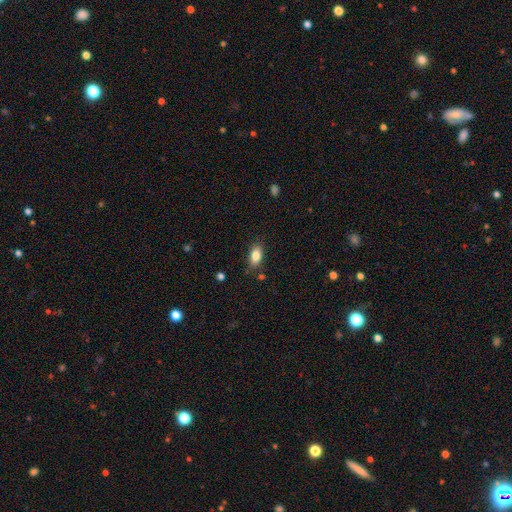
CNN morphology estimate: This appears to be a smooth galaxy with no disk features (84%) that is in between round and cigar-shaped (89%). Merging: none (83%).